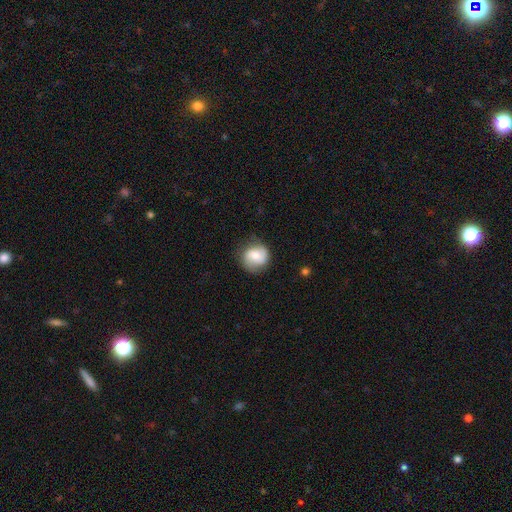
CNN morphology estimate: type=smooth (54%); roundness=round (83%); merging=none (76%).